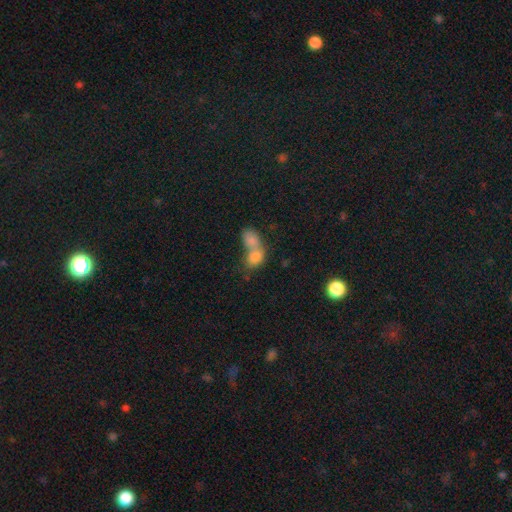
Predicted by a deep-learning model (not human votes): Overall: smooth (78%). How rounded: in between (61%; round 37%). Merging: merger (73%).